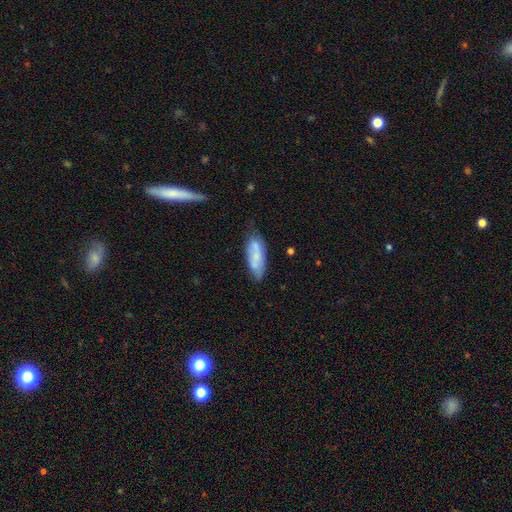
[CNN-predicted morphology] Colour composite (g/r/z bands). It shows a smooth galaxy with no disk features (60%) that is in between round and cigar-shaped (66%). Merging: none (62%).